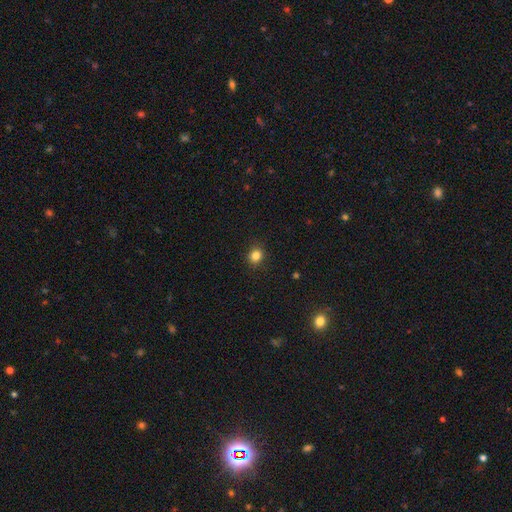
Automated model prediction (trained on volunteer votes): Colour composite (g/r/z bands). It shows a smooth galaxy with no disk features (83%) that is round (77%). Merging: none (90%).